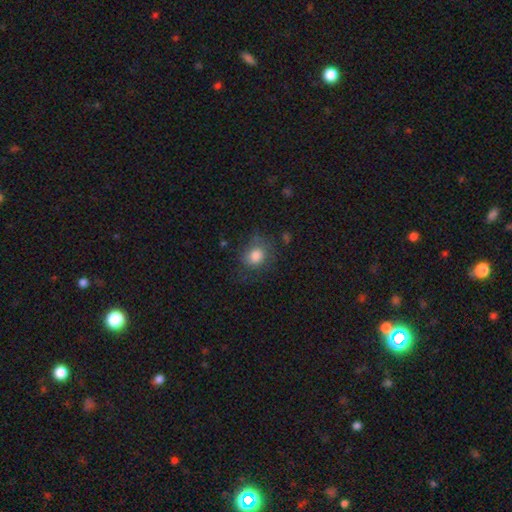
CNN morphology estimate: Q: Smooth or featured?
A: smooth (80%); runner-up: featured or disk (11%)
Q: How rounded?
A: round (66%); runner-up: in between (33%)
Q: Merging?
A: none (64%); runner-up: minor disturbance (22%)